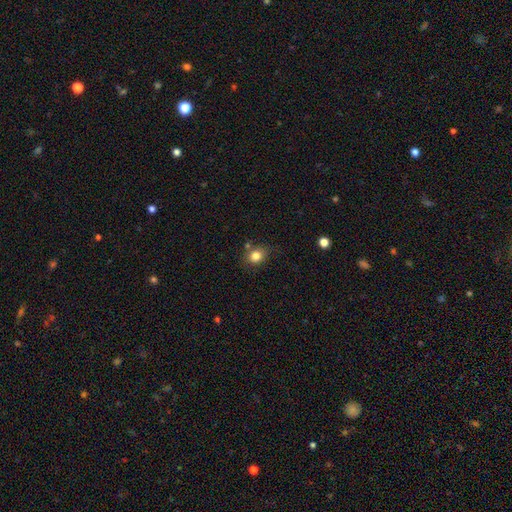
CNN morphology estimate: A smooth galaxy with no disk features (82%) that is round (59%). Merging: none (70%).